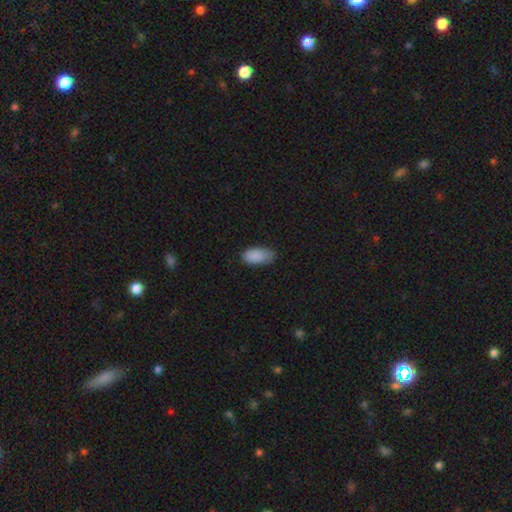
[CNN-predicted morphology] A smooth galaxy with no disk features (88%) that is in between round and cigar-shaped (93%). Merging: none (65%).